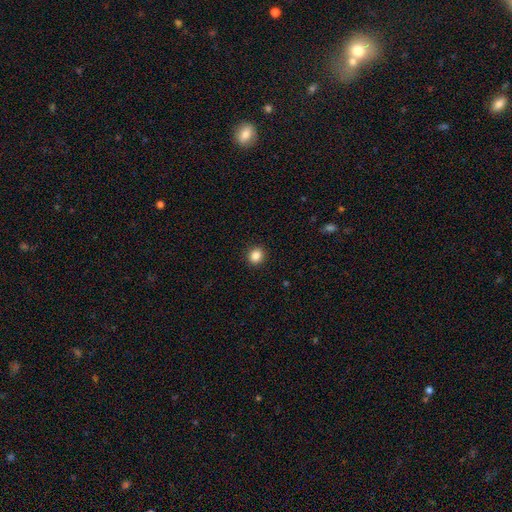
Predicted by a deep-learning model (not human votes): Q: Smooth or featured?
A: smooth (86%); runner-up: star or artifact (10%)
Q: How rounded?
A: round (86%); runner-up: in between (13%)
Q: Merging?
A: none (92%); runner-up: minor disturbance (5%)